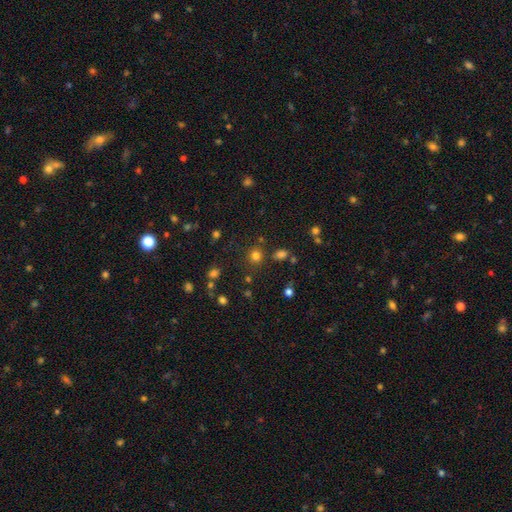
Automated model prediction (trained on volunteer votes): Smooth or featured: smooth — 76% (star or artifact — 19%)
How rounded: round — 86% (in between — 13%)
Merging: none — 82% (minor disturbance — 8%)